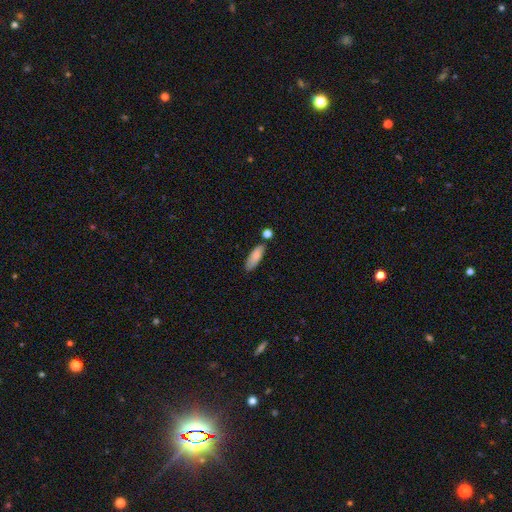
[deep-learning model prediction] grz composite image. It shows a smooth galaxy with no disk features (83%) that is in between round and cigar-shaped (61%). Merging: none (71%).